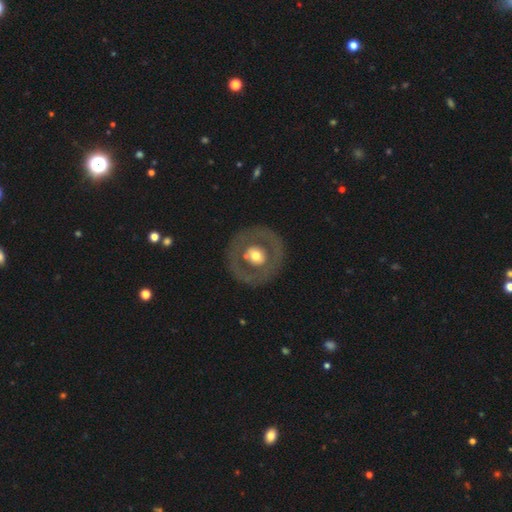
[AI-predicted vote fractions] Overall: featured or disk (54%; smooth 40%). Edge-on disk: no (95%). Bar: no (80%). Spiral arms: no (91%). Bulge size: moderate (68%). Merging: none (83%).